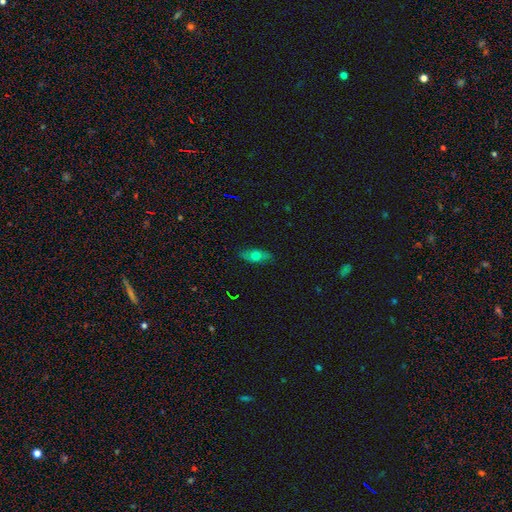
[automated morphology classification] Smooth or featured? smooth (61%)
How rounded? in between (77%)
Merging? none (84%)